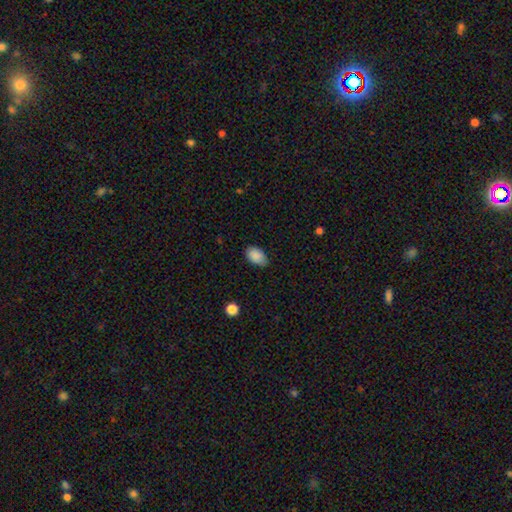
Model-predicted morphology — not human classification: Smooth or featured?
  - smooth: 89% *
  - star or artifact: 7%
  - featured or disk: 4%
How rounded?
  - in between: 89% *
  - round: 9%
  - cigar-shaped: 1%
Merging?
  - none: 75% *
  - minor disturbance: 21%
  - major disturbance: 3%
  - merger: 1%